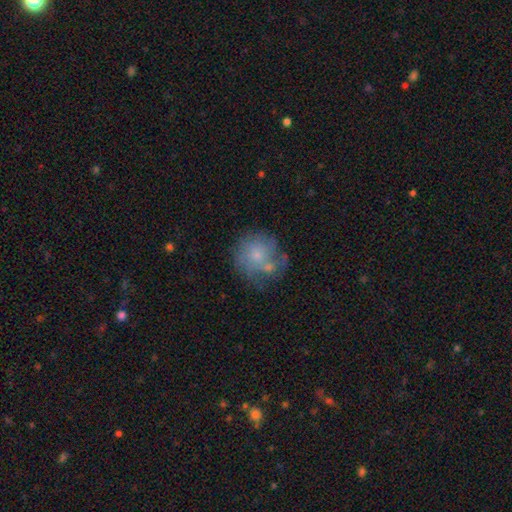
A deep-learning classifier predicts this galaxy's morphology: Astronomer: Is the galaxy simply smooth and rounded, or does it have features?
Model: smooth — 48% (runner-up: featured or disk, 40%).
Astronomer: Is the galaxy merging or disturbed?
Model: none — 53%.